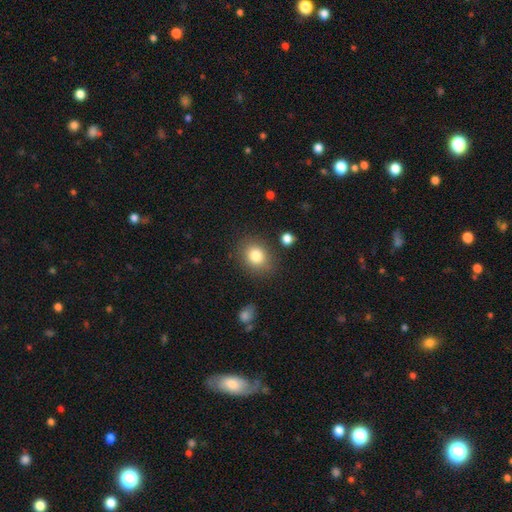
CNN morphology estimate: A smooth galaxy with no disk features (82%) that is round (56%).

Vote fractions:
- Smooth or featured? smooth: 82% / star or artifact: 10% / featured or disk: 8%
- How rounded? round: 56% / in between: 43% / cigar-shaped: 1%
- Merging? none: 82% / minor disturbance: 11% / major disturbance: 4% / merger: 3%